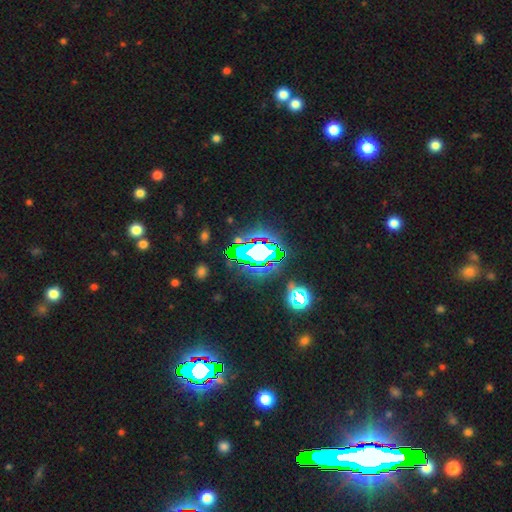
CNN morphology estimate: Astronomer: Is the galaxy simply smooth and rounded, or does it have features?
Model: star or artifact — 73%.